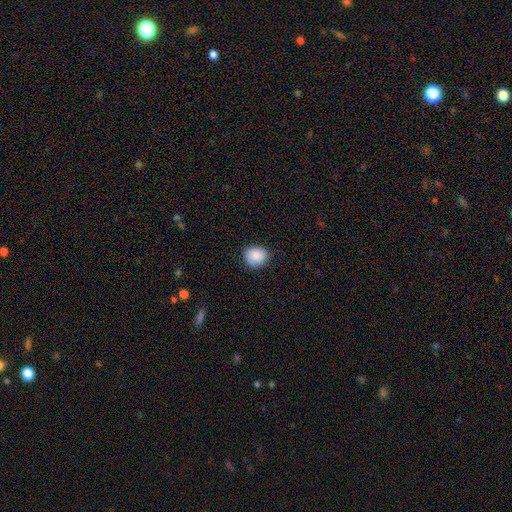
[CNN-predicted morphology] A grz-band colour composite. It shows a smooth galaxy with no disk features (89%) that is round (72%). Merging: none (84%).